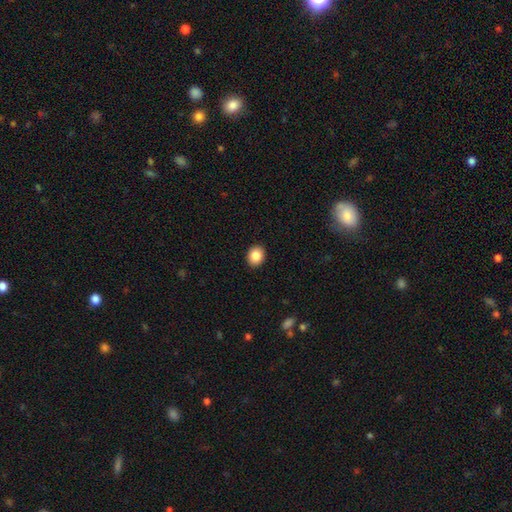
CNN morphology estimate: A smooth galaxy with no disk features (87%) that is round (56%).

Vote fractions:
- Smooth or featured? smooth: 87% / star or artifact: 9% / featured or disk: 5%
- How rounded? round: 56% / in between: 43% / cigar-shaped: 1%
- Merging? none: 91% / minor disturbance: 6% / major disturbance: 2% / merger: 1%